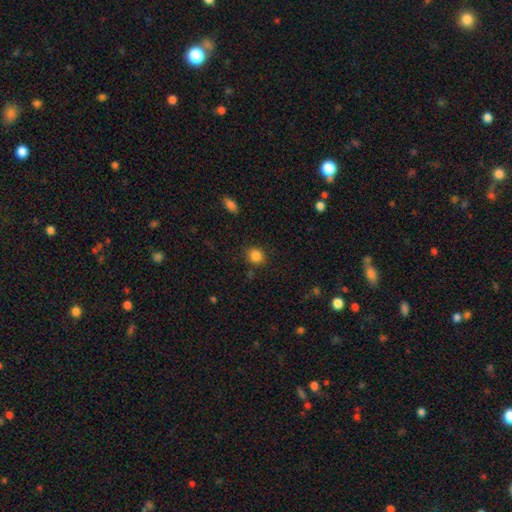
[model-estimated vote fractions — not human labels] smooth_or_featured: smooth (p=0.85) [alt: star or artifact p=0.11]
how_rounded: round (p=0.81) [alt: in between p=0.18]
merging: none (p=0.87) [alt: minor disturbance p=0.09]